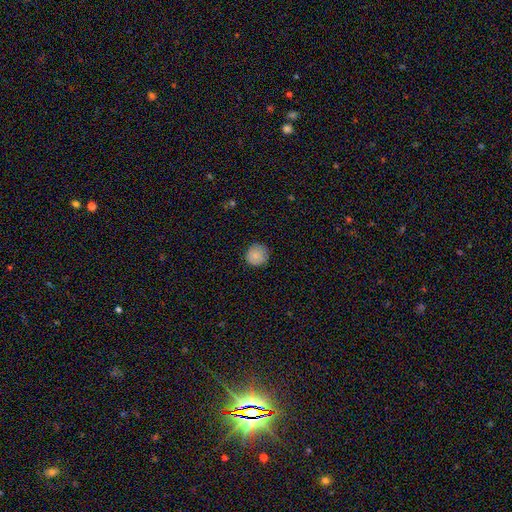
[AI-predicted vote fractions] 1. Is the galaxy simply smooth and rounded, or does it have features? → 86% smooth, 8% star or artifact, 5% featured or disk.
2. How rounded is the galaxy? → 94% round, 5% in between, 1% cigar-shaped.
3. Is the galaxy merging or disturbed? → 87% none, 10% minor disturbance, 2% major disturbance, 1% merger.